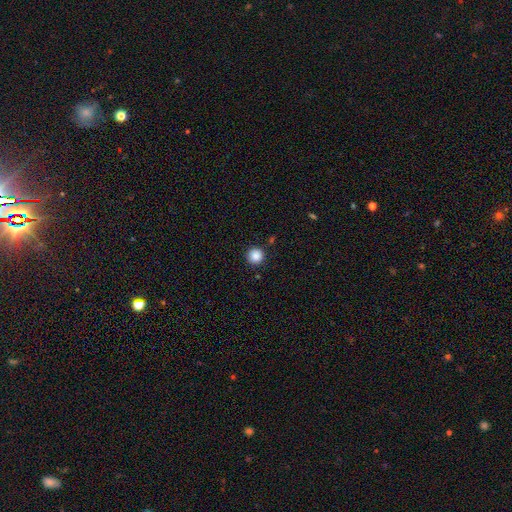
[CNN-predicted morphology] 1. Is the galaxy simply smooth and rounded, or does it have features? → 87% smooth, 10% star or artifact, 3% featured or disk.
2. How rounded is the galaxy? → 96% round, 3% in between, 1% cigar-shaped.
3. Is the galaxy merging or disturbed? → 90% none, 6% minor disturbance, 2% merger, 2% major disturbance.